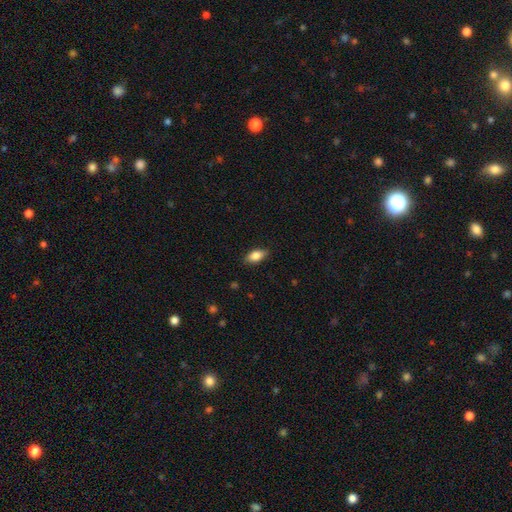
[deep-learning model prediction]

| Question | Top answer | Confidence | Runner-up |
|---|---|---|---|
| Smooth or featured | smooth | 82% | featured or disk (11%) |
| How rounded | in between | 88% | cigar-shaped (9%) |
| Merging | none | 86% | minor disturbance (11%) |